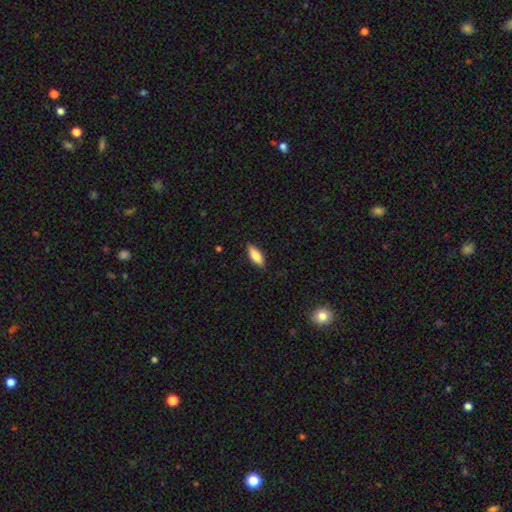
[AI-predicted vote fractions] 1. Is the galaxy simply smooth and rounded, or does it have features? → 83% smooth, 11% featured or disk, 6% star or artifact.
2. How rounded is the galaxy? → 71% in between, 27% cigar-shaped, 2% round.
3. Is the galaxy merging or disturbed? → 88% none, 9% minor disturbance, 2% major disturbance, 1% merger.